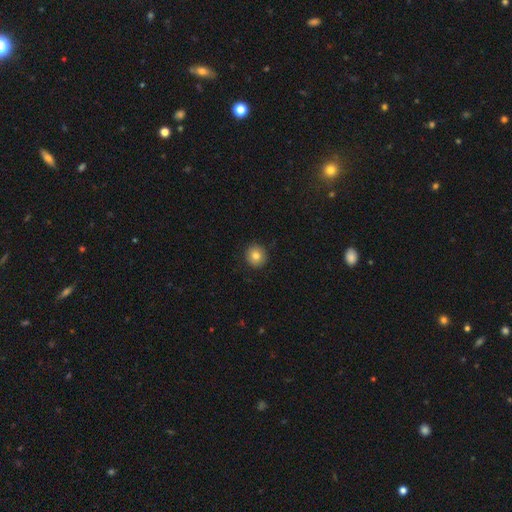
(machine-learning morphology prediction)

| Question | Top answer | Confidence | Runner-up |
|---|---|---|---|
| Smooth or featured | smooth | 81% | star or artifact (10%) |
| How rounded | round | 92% | in between (7%) |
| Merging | none | 91% | minor disturbance (6%) |